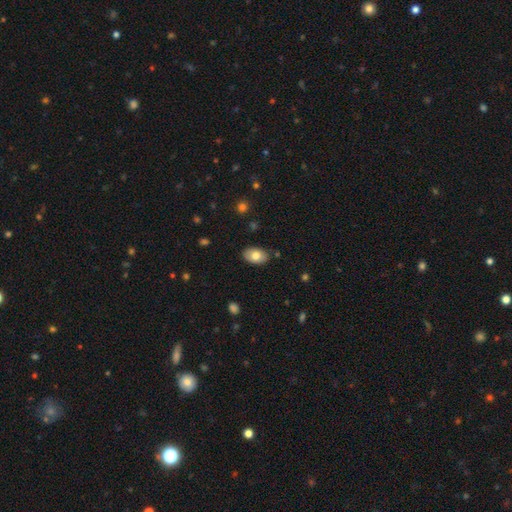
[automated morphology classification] Smooth or featured? Predicted: smooth (p=0.76). How rounded? Predicted: in between (p=0.91). Merging? Predicted: none (p=0.85).